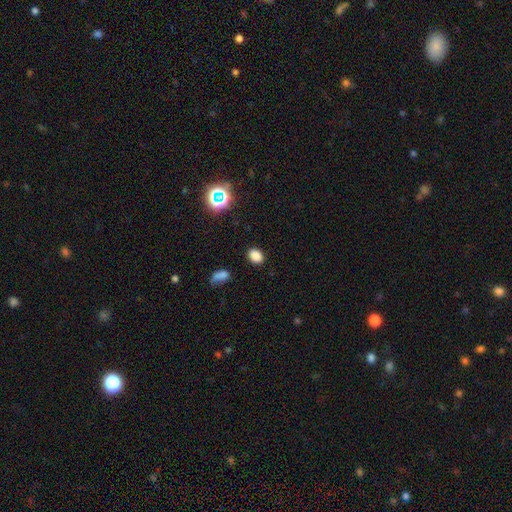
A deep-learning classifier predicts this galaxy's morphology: Q: Smooth or featured?
A: smooth (83%); runner-up: star or artifact (13%)
Q: How rounded?
A: in between (70%); runner-up: round (29%)
Q: Merging?
A: none (88%); runner-up: minor disturbance (8%)